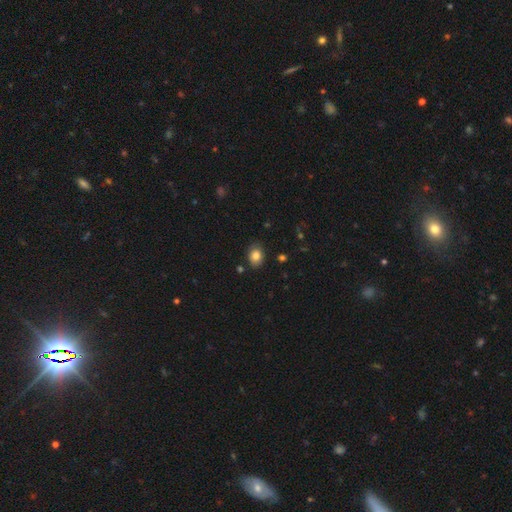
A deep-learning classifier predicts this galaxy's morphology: The model was most divided on "how rounded": in between: 67%, round: 32%, cigar-shaped: 1%. More confident: smooth or featured — smooth (84%); merging — none (81%).